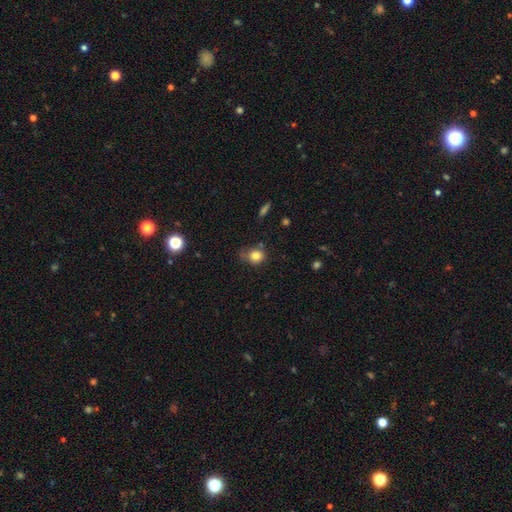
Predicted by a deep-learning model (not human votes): This appears to be a smooth galaxy with no disk features (81%) that is round (74%). Merging: none (58%).